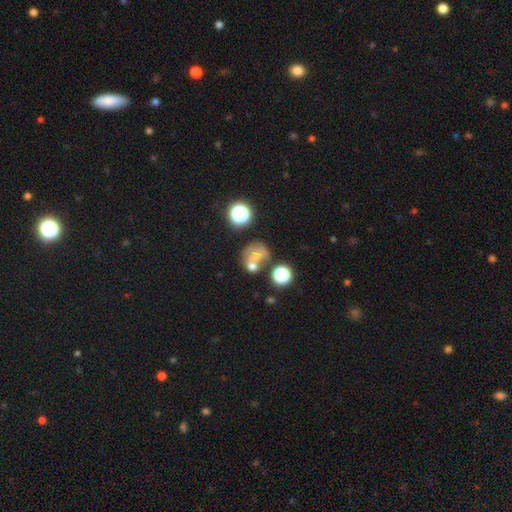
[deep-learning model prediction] Q: Smooth or featured?
A: smooth (52%); runner-up: featured or disk (28%)
Q: How rounded?
A: round (72%); runner-up: in between (26%)
Q: Merging?
A: none (40%); runner-up: merger (34%)